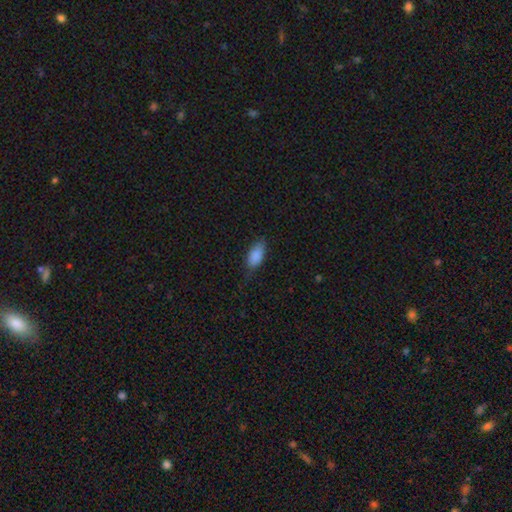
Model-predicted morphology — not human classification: A smooth galaxy with no disk features (87%) that is in between round and cigar-shaped (90%). Merging: none (68%).